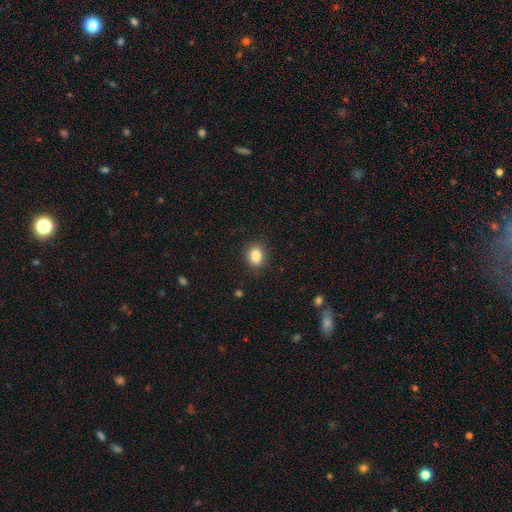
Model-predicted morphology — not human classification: A smooth galaxy with no disk features (87%) that is in between round and cigar-shaped (61%).

Vote fractions:
- Smooth or featured? smooth: 87% / star or artifact: 9% / featured or disk: 4%
- How rounded? in between: 61% / round: 38% / cigar-shaped: 1%
- Merging? none: 87% / minor disturbance: 10% / major disturbance: 3% / merger: 1%